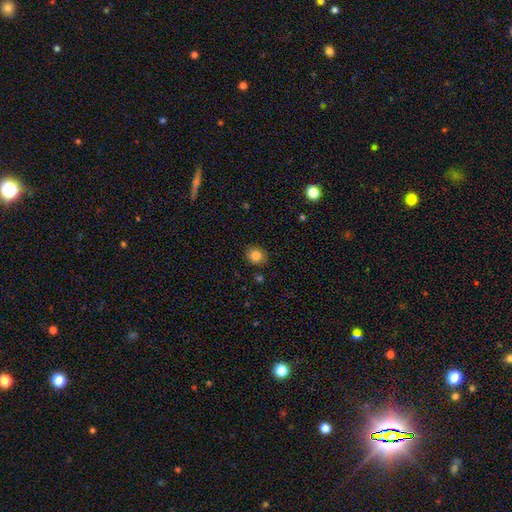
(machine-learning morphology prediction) Overall: smooth (83%). How rounded: round (78%). Merging: none (88%).